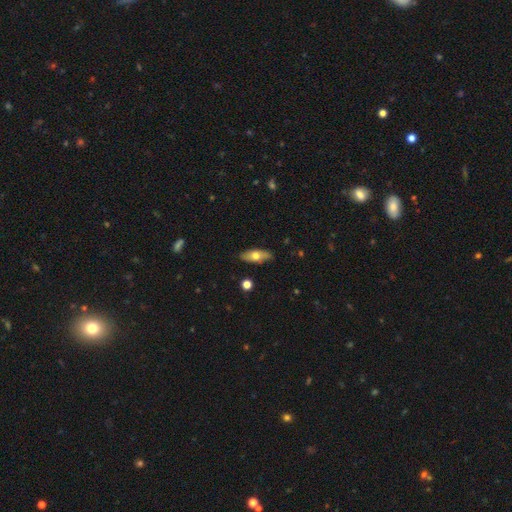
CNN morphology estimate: Smooth or featured? smooth (63%)
How rounded? in between (69%)
Merging? none (87%)